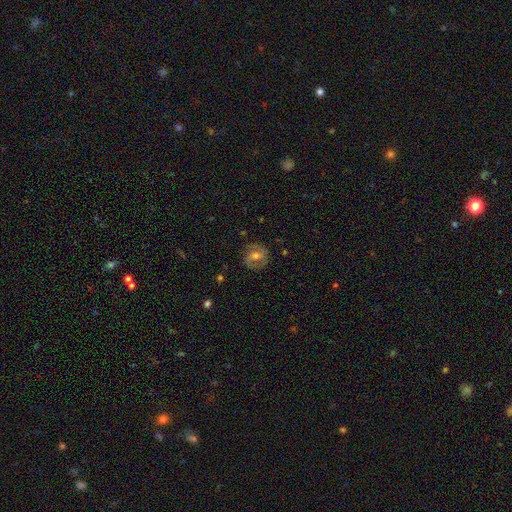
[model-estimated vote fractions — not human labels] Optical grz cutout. It shows a featured or disk galaxy (62%) with a weak bar (46%), spiral arms (81%) and a moderate central bulge (65%). Merging: none (81%).